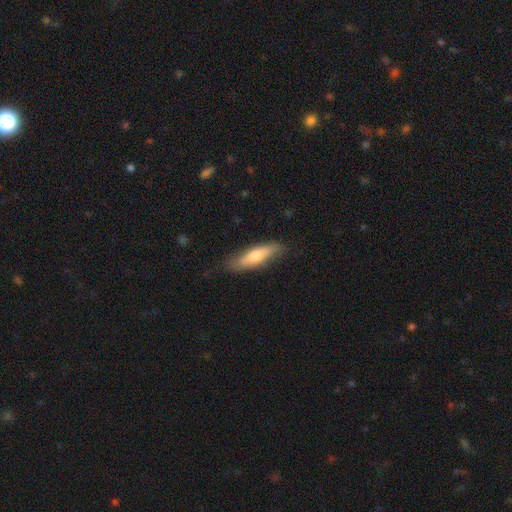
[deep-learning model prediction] Smooth or featured? smooth (60%)
How rounded? cigar-shaped (64%)
Merging? none (81%)